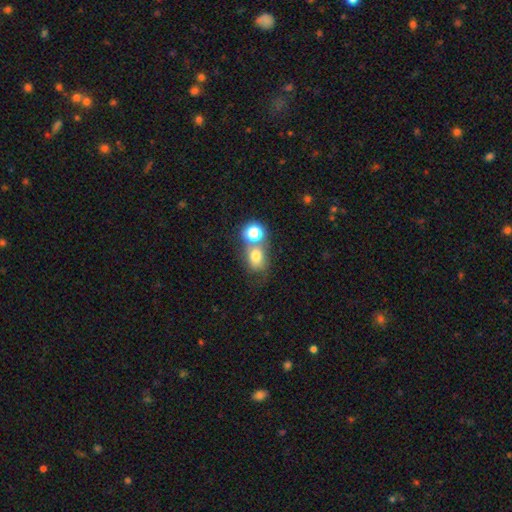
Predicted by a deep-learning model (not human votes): Smooth or featured: smooth — 71% (star or artifact — 16%)
How rounded: round — 56% (in between — 43%)
Merging: none — 42% (merger — 38%)